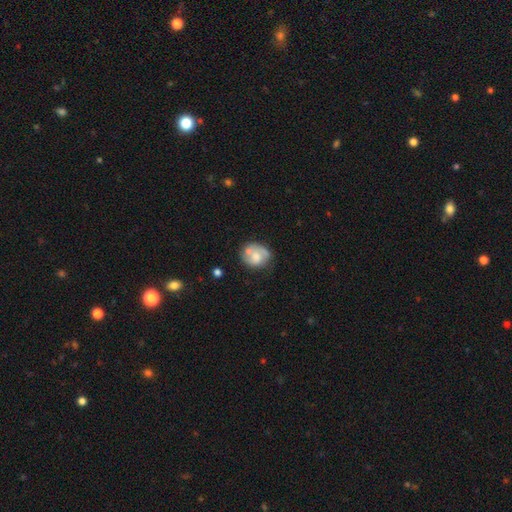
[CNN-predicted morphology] Smooth or featured: featured or disk — 52% (smooth — 41%)
Edge-on disk: no — 98% (yes — 2%)
Bar: no — 73% (weak — 23%)
Spiral arms: yes — 70% (no — 30%)
Bulge size: moderate — 43% (small — 28%)
Merging: none — 52% (minor disturbance — 23%)